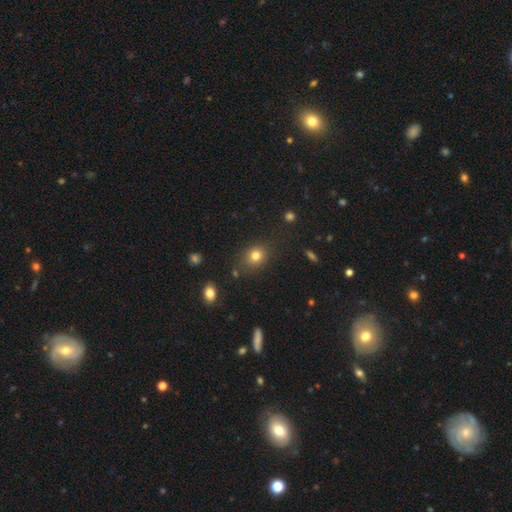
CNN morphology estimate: A smooth galaxy with no disk features (78%) that is round (63%). Merging: none (80%).